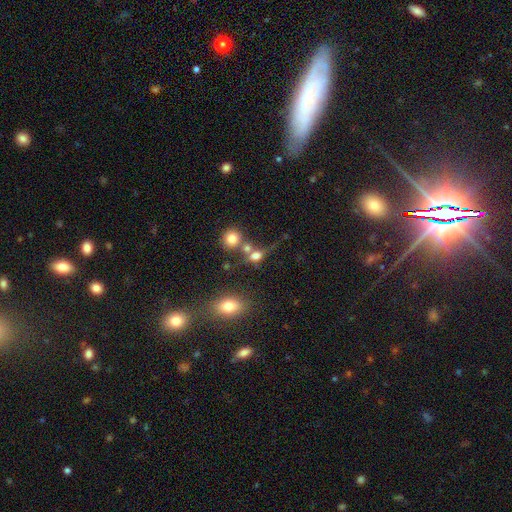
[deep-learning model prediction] Smooth or featured?
  - smooth: 69% *
  - featured or disk: 16%
  - star or artifact: 16%
How rounded?
  - round: 50% *
  - in between: 44%
  - cigar-shaped: 7%
Merging?
  - merger: 38% *
  - none: 36%
  - minor disturbance: 13%
  - major disturbance: 13%